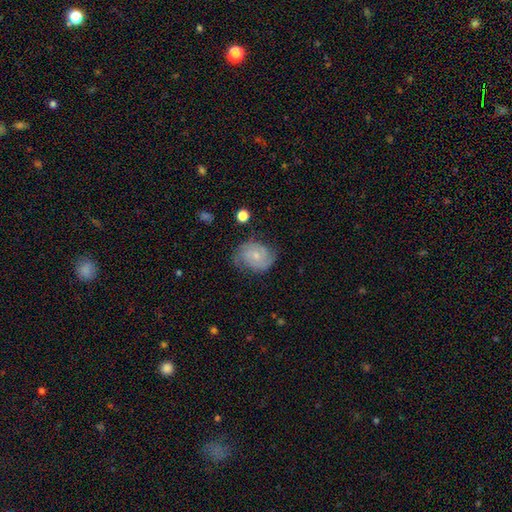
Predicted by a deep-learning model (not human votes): smooth-or-featured: featured or disk: 76% | smooth: 17% | star or artifact: 7%
  disk-edge-on: no: 98% | yes: 2%
    bar: no: 65% | weak: 31% | strong: 4%
    has-spiral-arms: yes: 95% | no: 5%
      spiral-winding: tight: 55% | medium: 36% | loose: 9%
      spiral-arm-count: 2: 66% | can't tell: 14% | 3: 12% | 1: 3% | 4: 3% | more than 4: 2%
    bulge-size: small: 66% | moderate: 27% | none: 5% | large: 1% | dominant: 1%
  merging: none: 73% | minor disturbance: 20% | major disturbance: 6% | merger: 2%